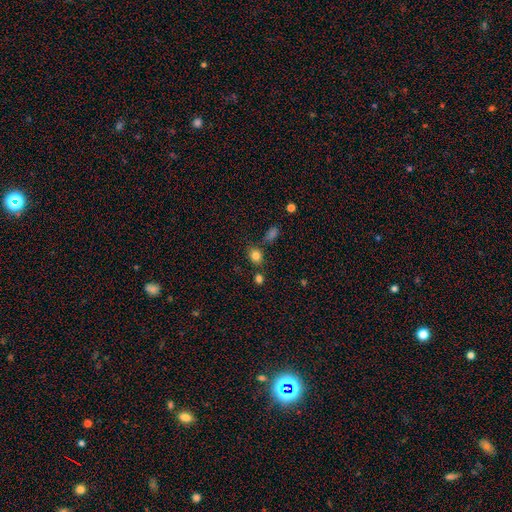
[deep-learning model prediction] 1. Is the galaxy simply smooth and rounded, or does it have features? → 81% smooth, 13% star or artifact, 6% featured or disk.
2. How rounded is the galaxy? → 54% round, 45% in between, 1% cigar-shaped.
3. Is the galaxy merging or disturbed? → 74% none, 13% minor disturbance, 9% merger, 4% major disturbance.